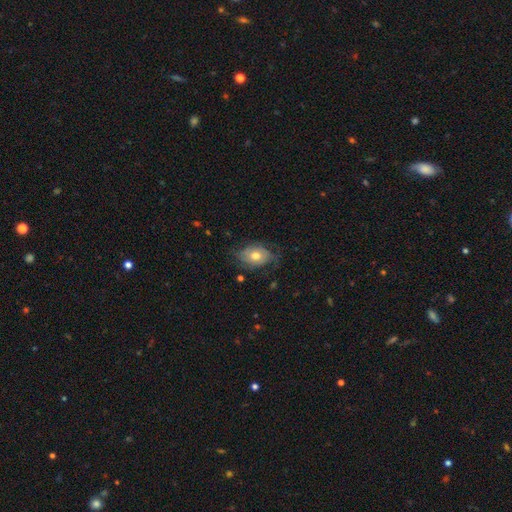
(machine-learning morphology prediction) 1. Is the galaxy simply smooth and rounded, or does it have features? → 56% smooth, 36% featured or disk, 8% star or artifact.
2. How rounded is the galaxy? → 70% in between, 29% round, 1% cigar-shaped.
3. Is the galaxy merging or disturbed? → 56% none, 29% minor disturbance, 13% major disturbance, 2% merger.